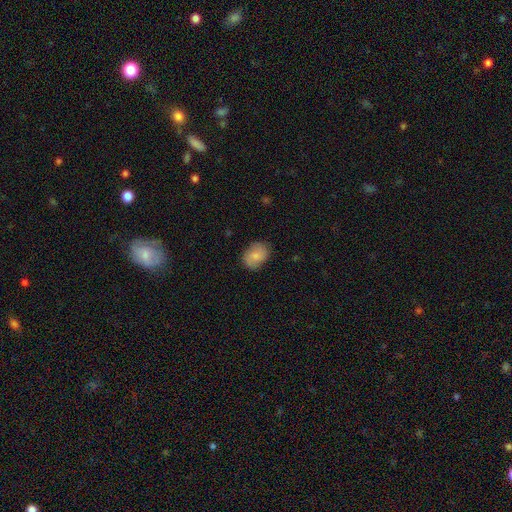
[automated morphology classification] A smooth galaxy with no disk features (73%) that is in between round and cigar-shaped (59%). Merging: none (76%).